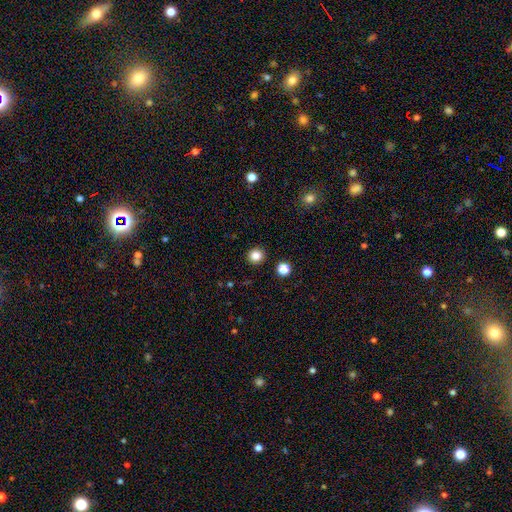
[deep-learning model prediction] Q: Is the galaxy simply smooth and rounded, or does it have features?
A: smooth — 84%.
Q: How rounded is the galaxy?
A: round — 90%.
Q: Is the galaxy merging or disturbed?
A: none — 92%.